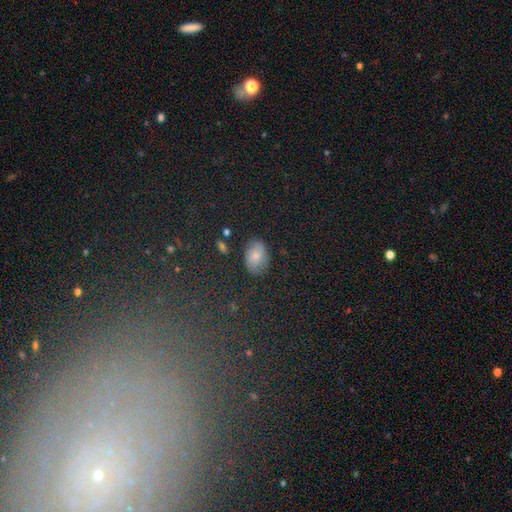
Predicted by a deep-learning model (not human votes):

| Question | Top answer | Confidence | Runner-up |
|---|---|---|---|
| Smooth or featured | smooth | 70% | featured or disk (16%) |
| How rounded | in between | 82% | round (16%) |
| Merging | none | 76% | minor disturbance (17%) |